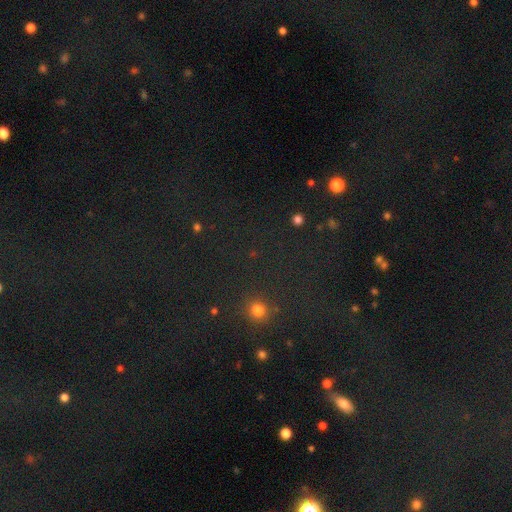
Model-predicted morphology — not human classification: Smooth or featured? Predicted: star or artifact (p=0.68).